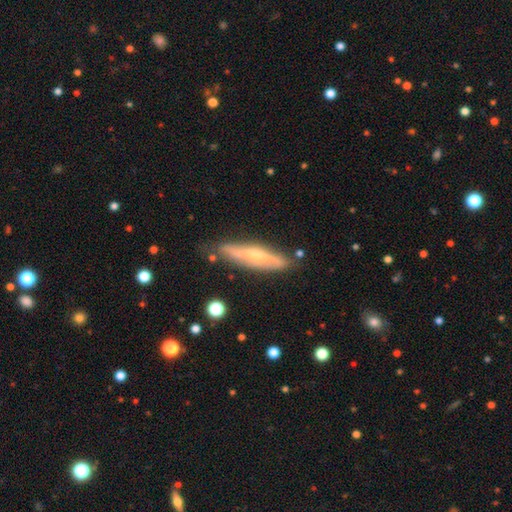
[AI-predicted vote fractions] featured or disk 59%, smooth 34%, star or artifact 7%. Down the decision tree: edge-on disk — yes (81%); merging — none (79%).